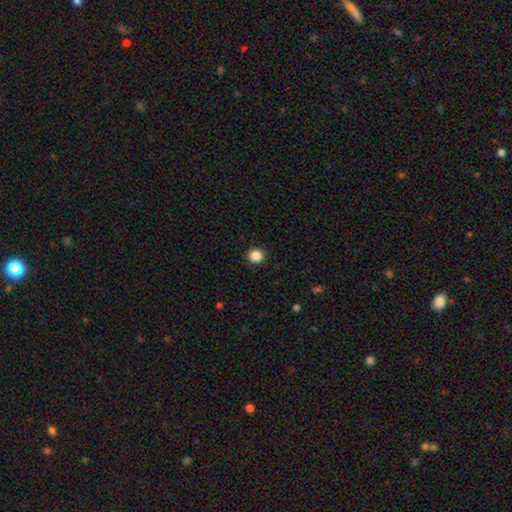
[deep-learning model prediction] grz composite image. It shows a smooth galaxy with no disk features (87%) that is round (93%). Merging: none (93%).